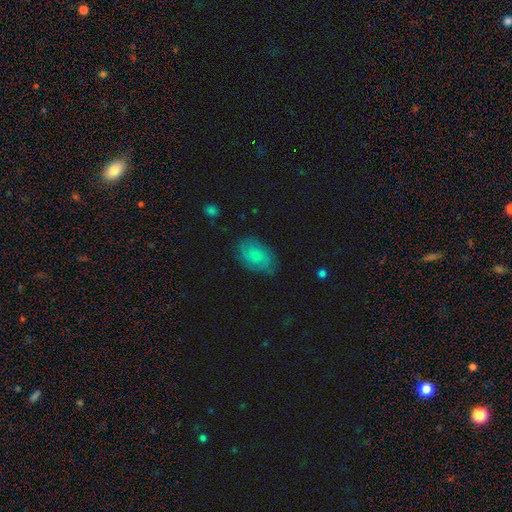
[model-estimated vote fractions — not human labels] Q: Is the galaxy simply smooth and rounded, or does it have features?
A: smooth — 72%.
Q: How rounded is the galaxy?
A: in between — 87%.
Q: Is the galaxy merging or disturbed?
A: none — 74%.